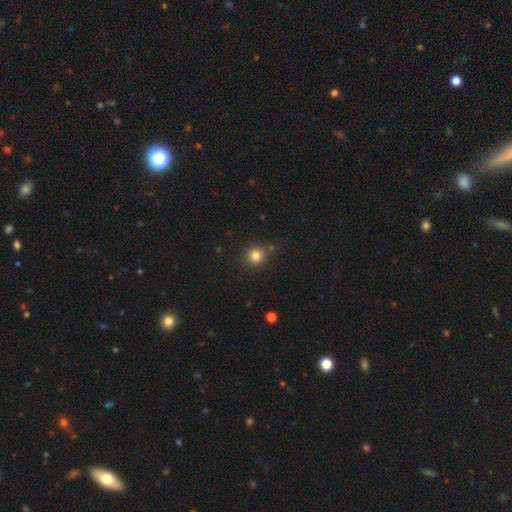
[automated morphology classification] smooth_or_featured: smooth (p=0.80) [alt: star or artifact p=0.13]
how_rounded: round (p=0.91) [alt: in between p=0.08]
merging: none (p=0.85) [alt: minor disturbance p=0.09]